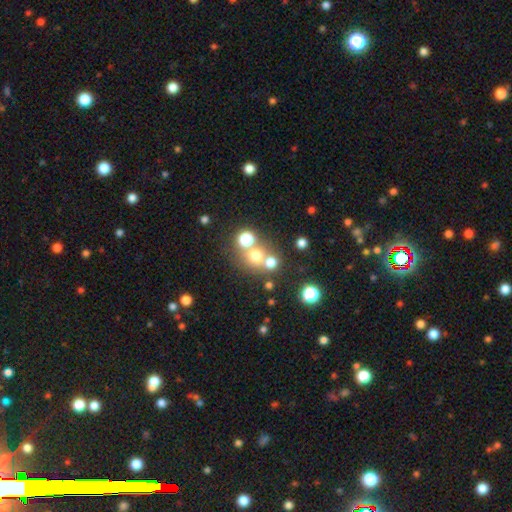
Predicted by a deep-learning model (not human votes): Q: Smooth or featured?
A: smooth (63%); runner-up: star or artifact (24%)
Q: How rounded?
A: round (86%); runner-up: in between (13%)
Q: Merging?
A: none (57%); runner-up: merger (31%)